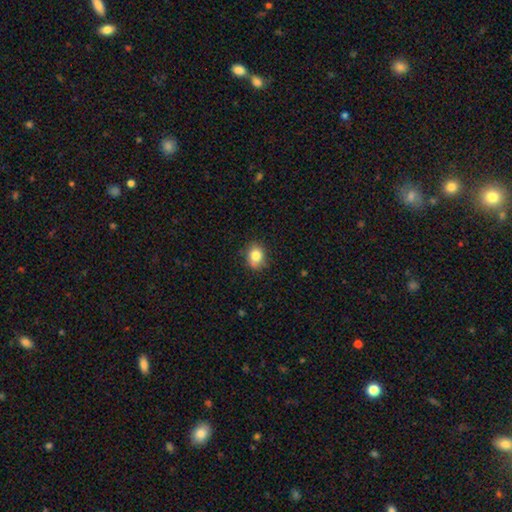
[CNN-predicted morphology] A smooth galaxy with no disk features (83%) that is in between round and cigar-shaped (51%). Merging: none (77%).